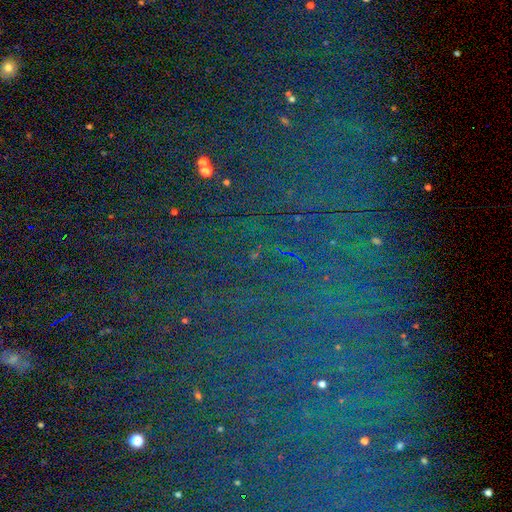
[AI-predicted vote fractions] Smooth or featured? Predicted: star or artifact (p=0.81).